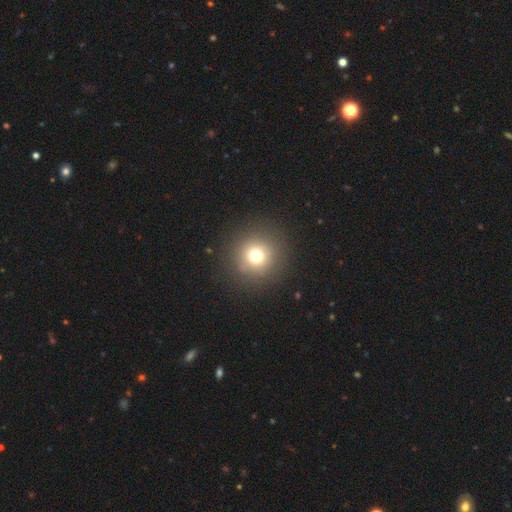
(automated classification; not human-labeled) Morphology: type=smooth (73%); roundness=round (95%); merging=none (89%).